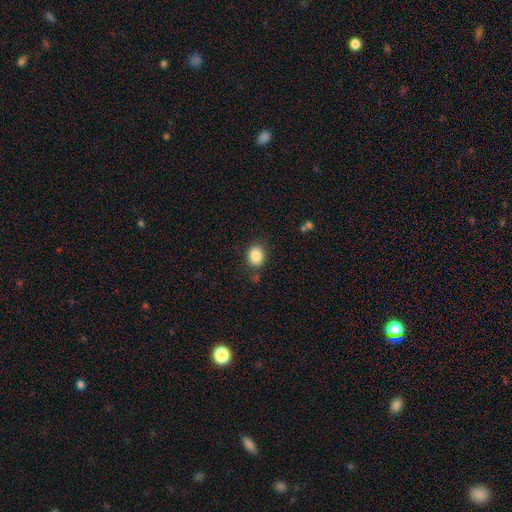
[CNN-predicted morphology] Smooth or featured?
  - smooth: 86% *
  - star or artifact: 9%
  - featured or disk: 5%
How rounded?
  - round: 58% *
  - in between: 41%
  - cigar-shaped: 1%
Merging?
  - none: 82% *
  - minor disturbance: 12%
  - major disturbance: 3%
  - merger: 3%